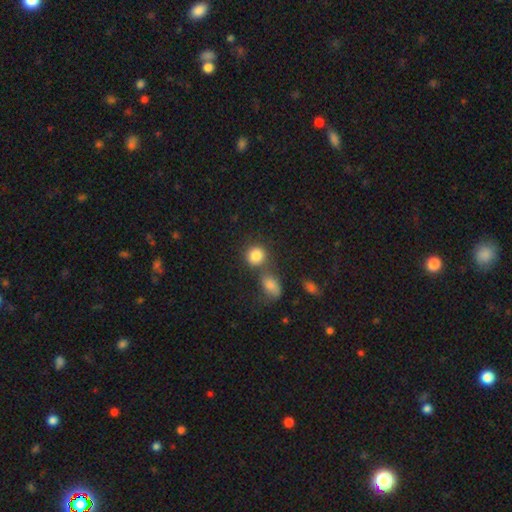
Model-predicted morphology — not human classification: Smooth or featured? Predicted: smooth (p=0.84). How rounded? Predicted: round (p=0.80). Merging? Predicted: none (p=0.57).